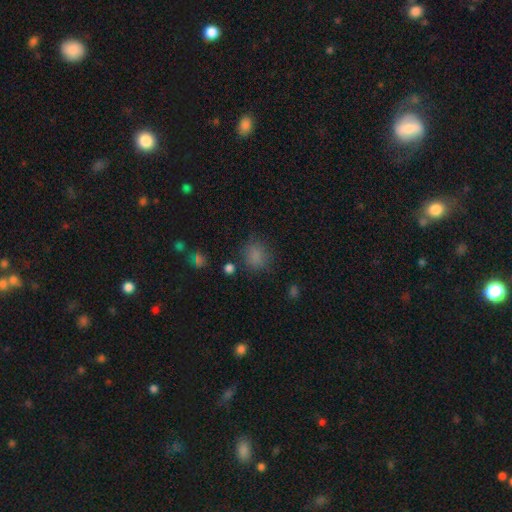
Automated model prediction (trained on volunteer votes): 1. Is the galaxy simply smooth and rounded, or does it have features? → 80% smooth, 14% star or artifact, 5% featured or disk.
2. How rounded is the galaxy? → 73% round, 26% in between, 1% cigar-shaped.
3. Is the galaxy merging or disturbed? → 75% none, 15% minor disturbance, 6% major disturbance, 3% merger.